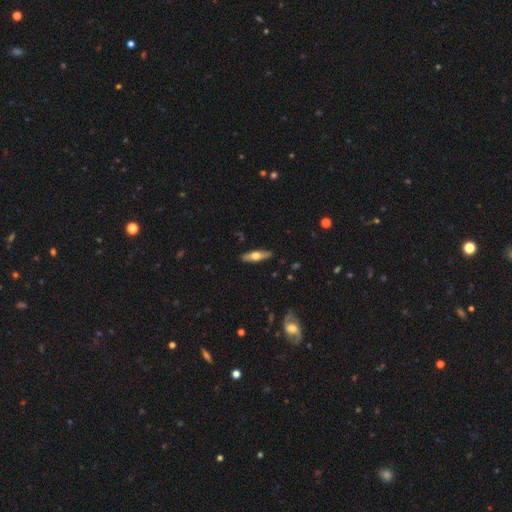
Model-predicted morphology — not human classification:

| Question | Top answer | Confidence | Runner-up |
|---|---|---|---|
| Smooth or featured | smooth | 49% | featured or disk (45%) |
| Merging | none | 88% | minor disturbance (9%) |